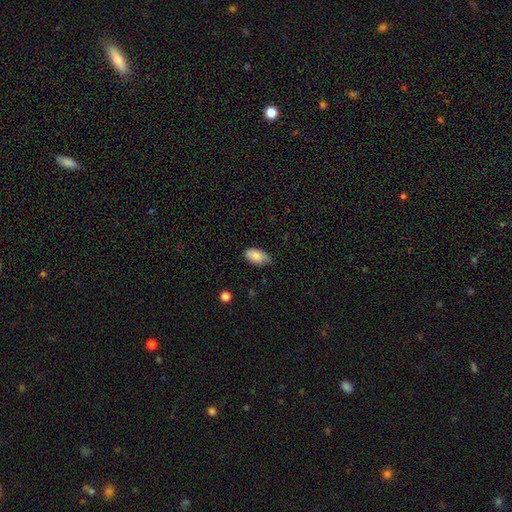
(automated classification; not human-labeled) A smooth galaxy with no disk features (82%) that is in between round and cigar-shaped (94%).

Vote fractions:
- Smooth or featured? smooth: 82% / featured or disk: 11% / star or artifact: 7%
- How rounded? in between: 94% / round: 4% / cigar-shaped: 2%
- Merging? none: 71% / minor disturbance: 25% / major disturbance: 3% / merger: 1%